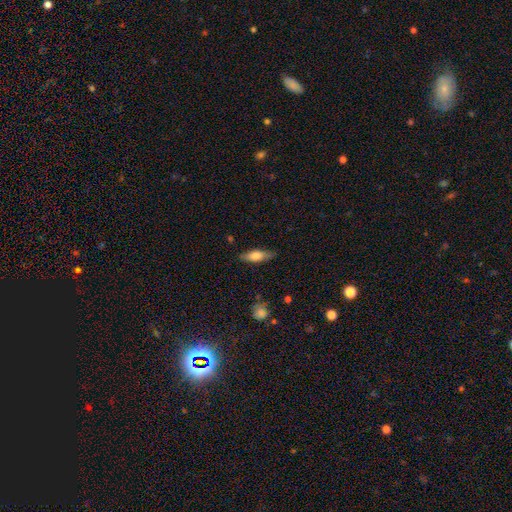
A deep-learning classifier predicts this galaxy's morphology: smooth_or_featured: smooth (p=0.69) [alt: featured or disk p=0.24]
how_rounded: in between (p=0.59) [alt: cigar-shaped p=0.39]
merging: none (p=0.82) [alt: minor disturbance p=0.14]